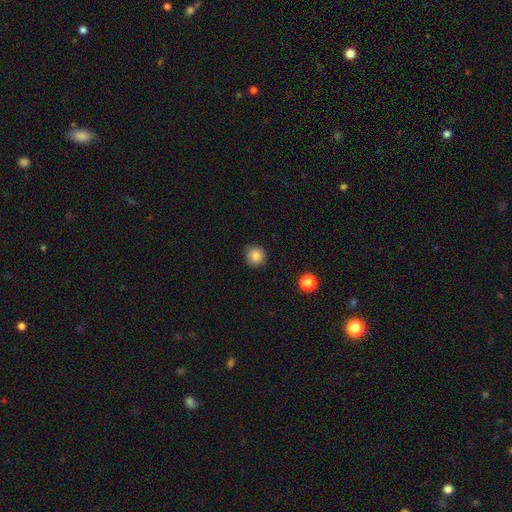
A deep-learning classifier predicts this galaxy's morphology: smooth-or-featured: smooth: 86% | star or artifact: 10% | featured or disk: 4%
  how-rounded: round: 92% | in between: 7% | cigar-shaped: 1%
  merging: none: 89% | minor disturbance: 8% | major disturbance: 2% | merger: 1%